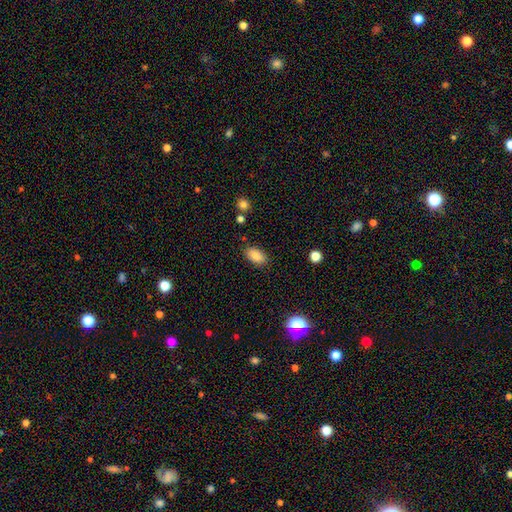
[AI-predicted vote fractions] This is clearly a smooth galaxy (86%). How rounded: clearly in between (92%). Merging: clearly none (85%).